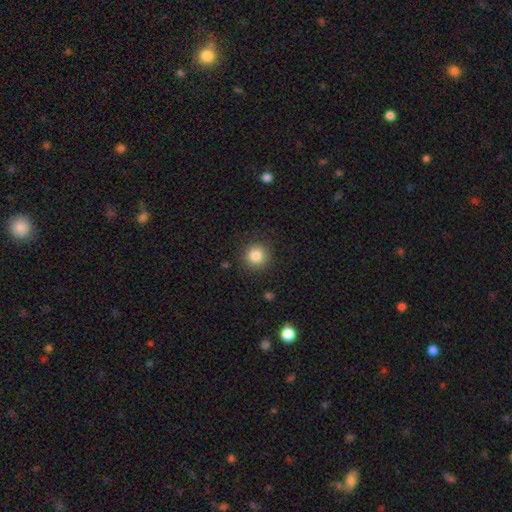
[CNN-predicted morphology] Smooth or featured? smooth (84%)
How rounded? round (93%)
Merging? none (89%)